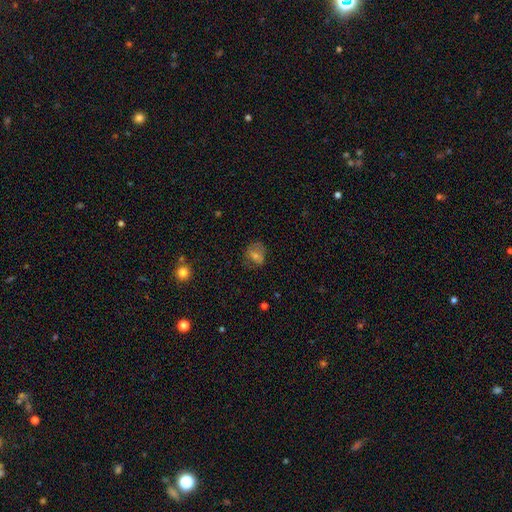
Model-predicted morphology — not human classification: Smooth or featured?
  - smooth: 56% *
  - featured or disk: 27%
  - star or artifact: 18%
How rounded?
  - round: 62% *
  - in between: 37%
  - cigar-shaped: 1%
Merging?
  - none: 68% *
  - minor disturbance: 21%
  - major disturbance: 9%
  - merger: 2%